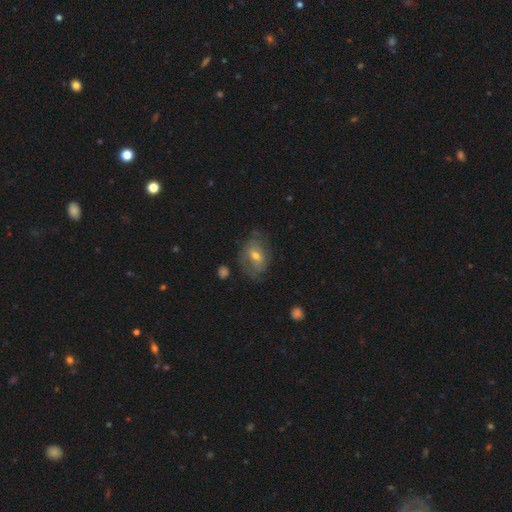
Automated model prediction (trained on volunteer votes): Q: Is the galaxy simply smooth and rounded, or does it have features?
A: featured or disk — 49%.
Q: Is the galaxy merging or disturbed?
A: none — 61%.